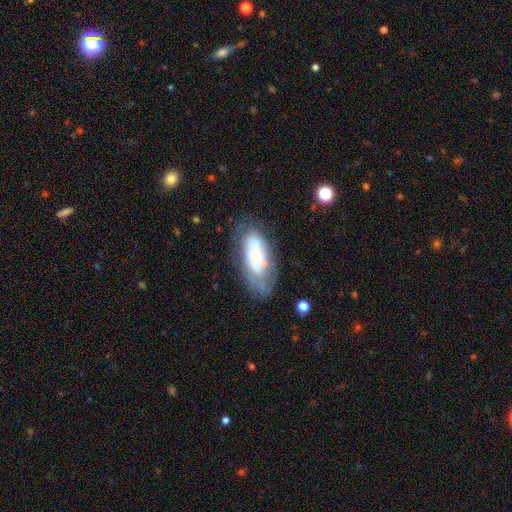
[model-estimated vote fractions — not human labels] featured or disk 48%, smooth 44%, star or artifact 8%. Down the decision tree: merging — none (60%).